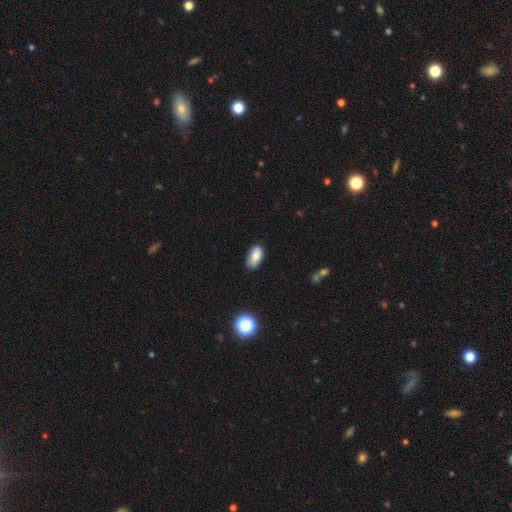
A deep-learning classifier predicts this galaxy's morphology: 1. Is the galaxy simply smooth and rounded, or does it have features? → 82% smooth, 9% featured or disk, 8% star or artifact.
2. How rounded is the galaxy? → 93% in between, 4% cigar-shaped, 4% round.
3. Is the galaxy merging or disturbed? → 73% none, 22% minor disturbance, 4% major disturbance, 2% merger.